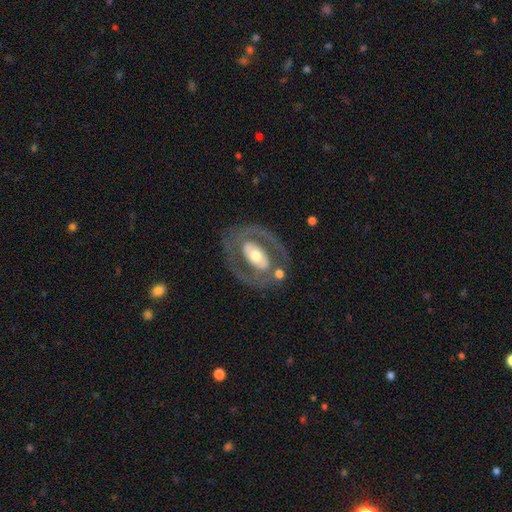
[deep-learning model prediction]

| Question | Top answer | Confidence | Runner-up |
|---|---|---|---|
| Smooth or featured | featured or disk | 76% | smooth (19%) |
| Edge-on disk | no | 94% | yes (6%) |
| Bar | no | 43% | strong (30%) |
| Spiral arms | yes | 55% | no (45%) |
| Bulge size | moderate | 62% | small (18%) |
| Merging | none | 72% | minor disturbance (13%) |